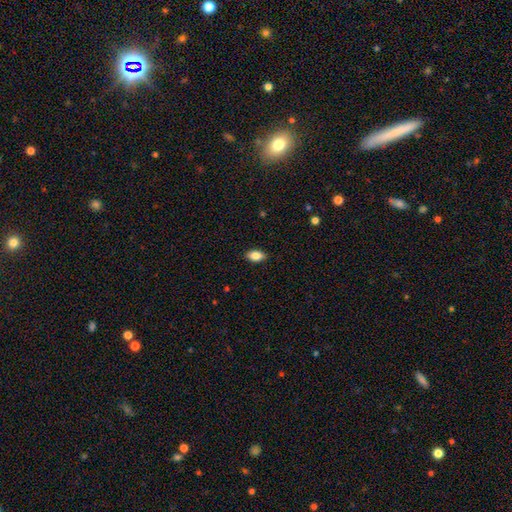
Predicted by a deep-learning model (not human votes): Smooth or featured?
  - smooth: 85% *
  - star or artifact: 8%
  - featured or disk: 7%
How rounded?
  - in between: 91% *
  - round: 6%
  - cigar-shaped: 3%
Merging?
  - none: 88% *
  - minor disturbance: 9%
  - major disturbance: 2%
  - merger: 1%